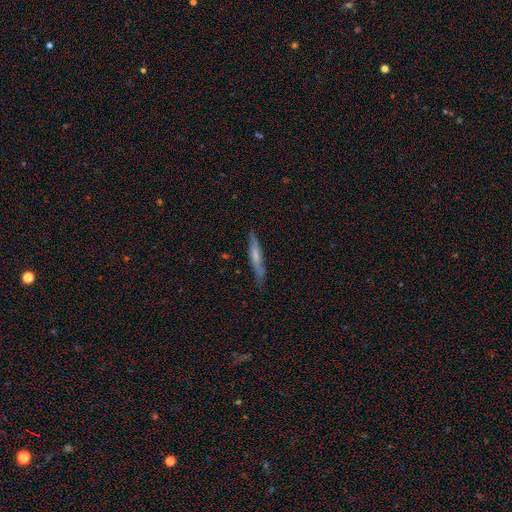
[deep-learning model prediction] featured or disk 47%, smooth 46%, star or artifact 6%. Down the decision tree: merging — none (79%).